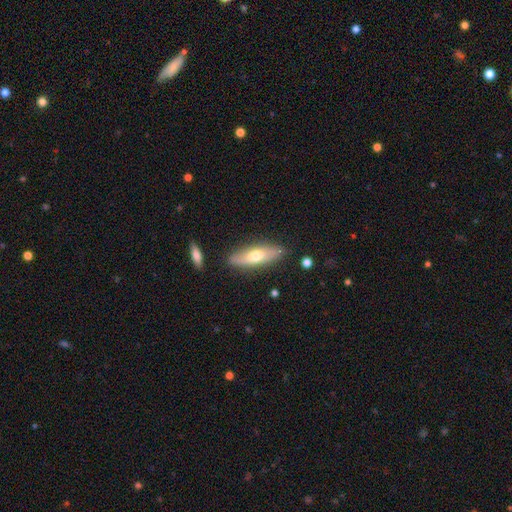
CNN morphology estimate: This is possibly a smooth galaxy (59%). How rounded: possibly cigar-shaped (49%, tied with in between). Merging: clearly none (82%).